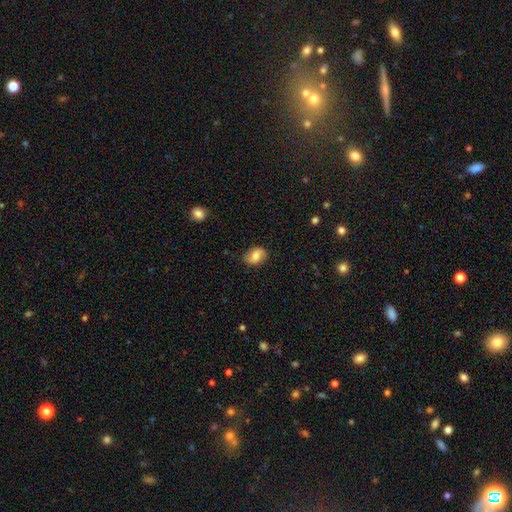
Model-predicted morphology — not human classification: smooth-or-featured: smooth: 67% | featured or disk: 25% | star or artifact: 8%
  how-rounded: in between: 74% | round: 25% | cigar-shaped: 2%
  merging: none: 80% | minor disturbance: 16% | major disturbance: 3% | merger: 1%